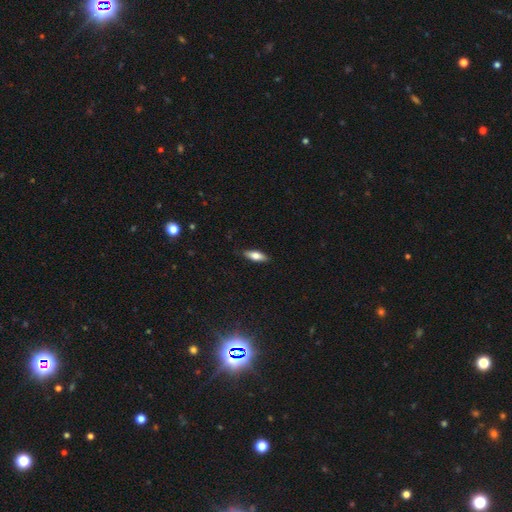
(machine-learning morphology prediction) A smooth galaxy with no disk features (70%) that is in between round and cigar-shaped (62%). Merging: none (86%).